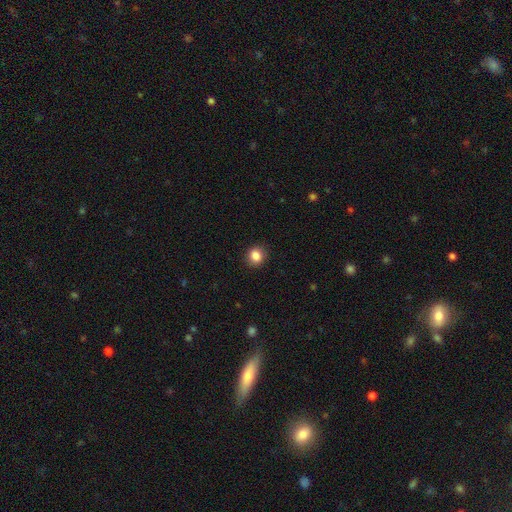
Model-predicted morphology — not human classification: A smooth galaxy with no disk features (85%) that is round (78%).

Vote fractions:
- Smooth or featured? smooth: 85% / star or artifact: 10% / featured or disk: 4%
- How rounded? round: 78% / in between: 21% / cigar-shaped: 1%
- Merging? none: 89% / minor disturbance: 8% / major disturbance: 2% / merger: 1%